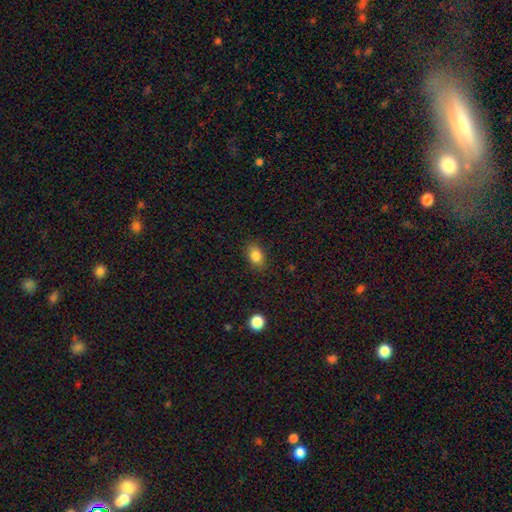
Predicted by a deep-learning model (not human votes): smooth_or_featured: smooth (p=0.85) [alt: star or artifact p=0.10]
how_rounded: in between (p=0.76) [alt: round p=0.23]
merging: none (p=0.84) [alt: minor disturbance p=0.12]